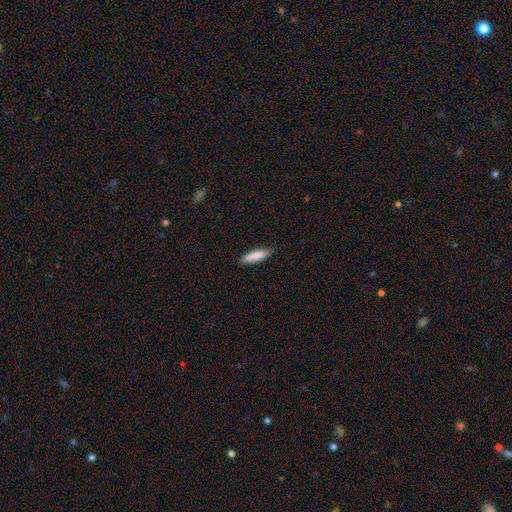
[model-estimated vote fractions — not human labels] This appears to be a smooth galaxy with no disk features (86%) that is cigar-shaped (62%). Merging: none (84%).